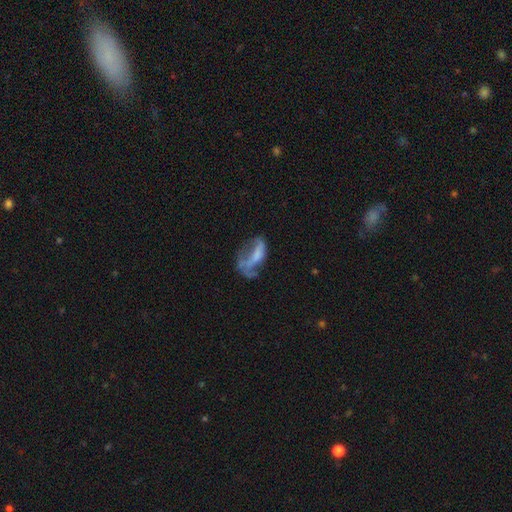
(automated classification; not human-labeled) Q: Smooth or featured?
A: featured or disk (50%); runner-up: smooth (37%)
Q: Edge-on disk?
A: no (92%); runner-up: yes (8%)
Q: Merging?
A: major disturbance (47%); runner-up: none (25%)